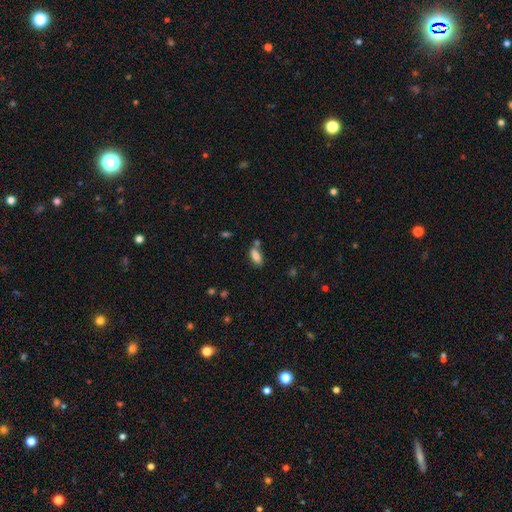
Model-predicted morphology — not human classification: smooth-or-featured: smooth: 81% | featured or disk: 10% | star or artifact: 8%
  how-rounded: in between: 84% | cigar-shaped: 13% | round: 3%
  merging: none: 62% | merger: 19% | minor disturbance: 15% | major disturbance: 4%